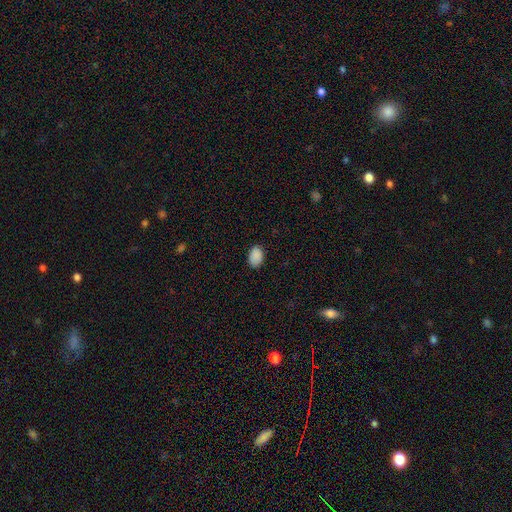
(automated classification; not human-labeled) smooth 89%, star or artifact 8%, featured or disk 3%. Down the decision tree: how rounded — in between (86%); merging — none (83%).